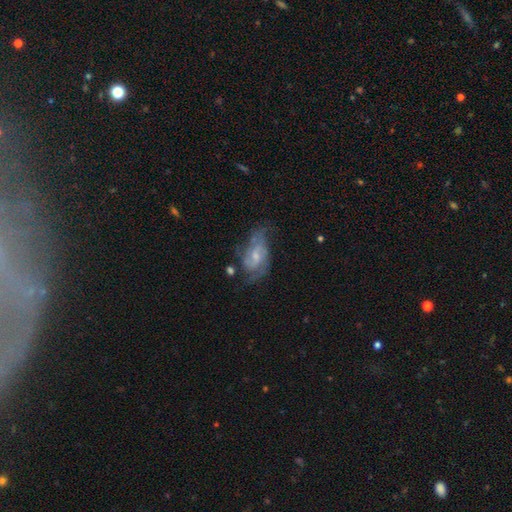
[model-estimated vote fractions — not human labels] Smooth or featured? featured or disk (75%)
Edge-on disk? no (96%)
Bar? weak (48%)
Spiral arms? yes (89%)
Spiral winding? medium (47%)
Spiral arm count? 2 (56%)
Bulge size? small (56%)
Merging? none (50%)